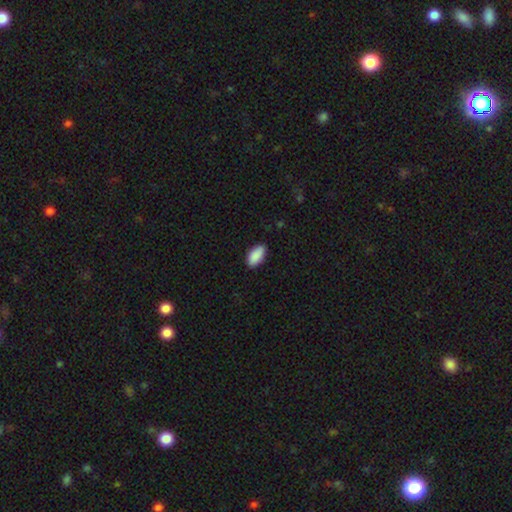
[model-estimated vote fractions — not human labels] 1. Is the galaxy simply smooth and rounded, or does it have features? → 90% smooth, 7% star or artifact, 3% featured or disk.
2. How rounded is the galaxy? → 93% in between, 4% cigar-shaped, 2% round.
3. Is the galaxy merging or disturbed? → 84% none, 13% minor disturbance, 2% major disturbance, 1% merger.